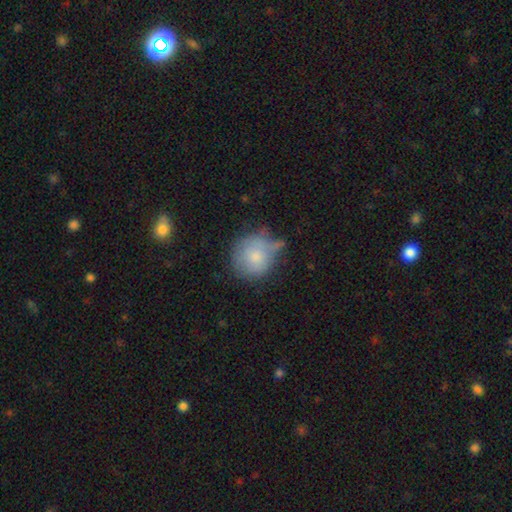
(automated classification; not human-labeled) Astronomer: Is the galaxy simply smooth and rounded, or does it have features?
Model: smooth — 76%.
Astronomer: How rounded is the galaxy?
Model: round — 87%.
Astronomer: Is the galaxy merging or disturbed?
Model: none — 45% (runner-up: minor disturbance, 34%).